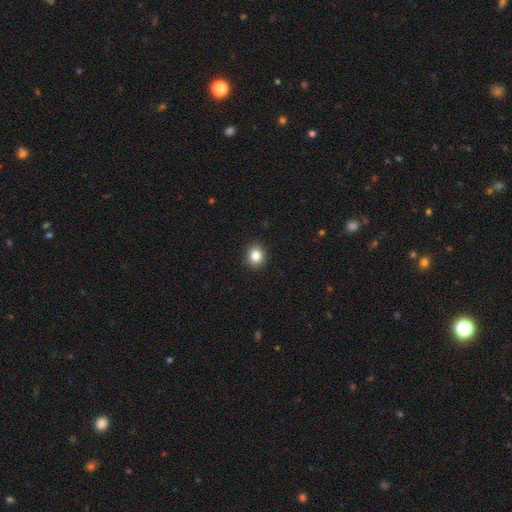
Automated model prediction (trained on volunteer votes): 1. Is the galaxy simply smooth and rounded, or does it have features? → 83% smooth, 11% star or artifact, 6% featured or disk.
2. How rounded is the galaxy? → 77% round, 22% in between, 1% cigar-shaped.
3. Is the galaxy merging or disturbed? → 92% none, 6% minor disturbance, 2% major disturbance, 1% merger.